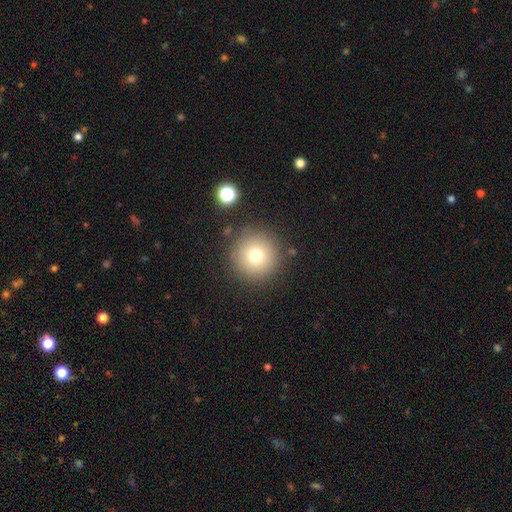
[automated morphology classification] A smooth galaxy with no disk features (76%) that is round (96%).

Vote fractions:
- Smooth or featured? smooth: 76% / star or artifact: 14% / featured or disk: 11%
- How rounded? round: 96% / in between: 3% / cigar-shaped: 1%
- Merging? none: 86% / minor disturbance: 8% / major disturbance: 3% / merger: 3%